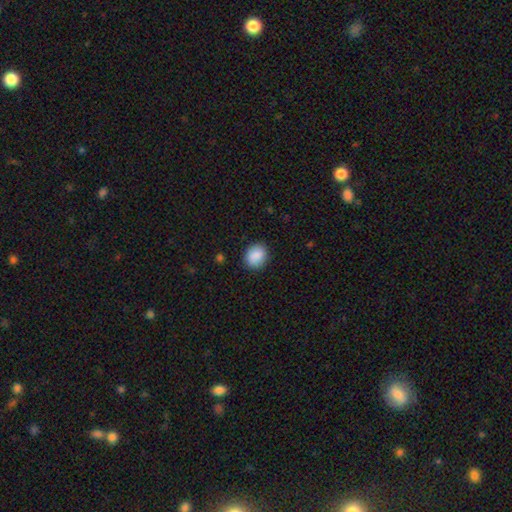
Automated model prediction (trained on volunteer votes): Morphology: type=smooth (89%); roundness=round (61%); merging=none (87%).